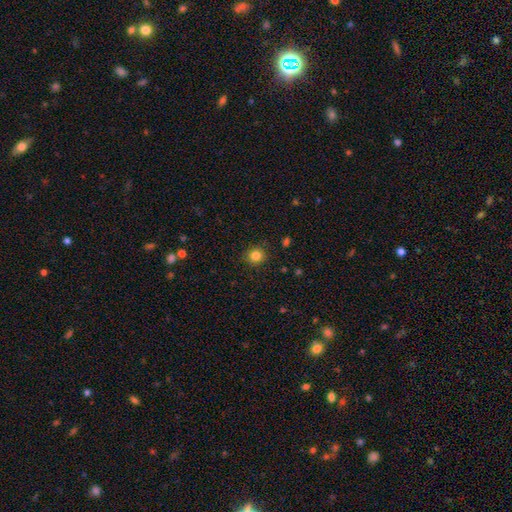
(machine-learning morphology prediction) The model was most divided on "smooth or featured": smooth: 83%, star or artifact: 12%, featured or disk: 5%. More confident: merging — none (89%); how rounded — round (87%).